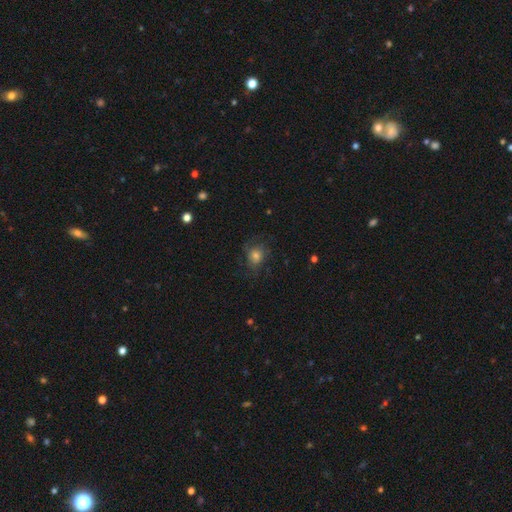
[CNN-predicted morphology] type=smooth (54%); roundness=round (66%); merging=none (63%).